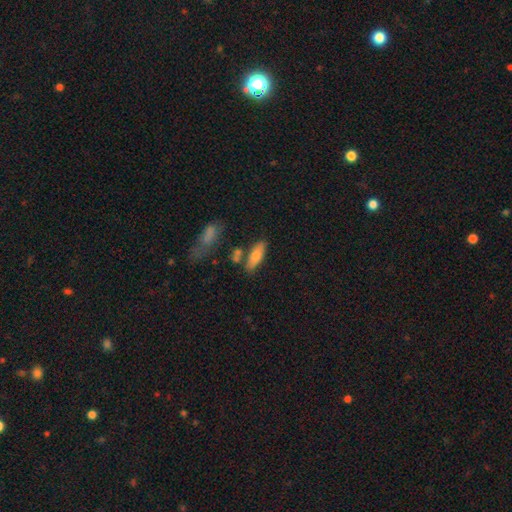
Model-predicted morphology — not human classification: A smooth galaxy with no disk features (71%) that is in between round and cigar-shaped (63%).

Vote fractions:
- Smooth or featured? smooth: 71% / featured or disk: 22% / star or artifact: 7%
- How rounded? in between: 63% / cigar-shaped: 35% / round: 3%
- Merging? none: 70% / minor disturbance: 15% / merger: 11% / major disturbance: 4%